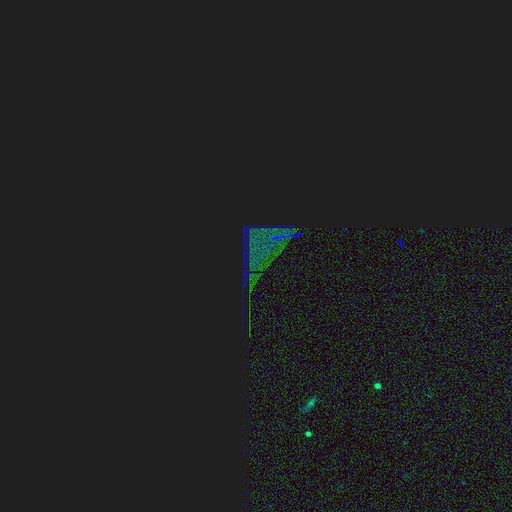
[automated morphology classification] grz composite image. It shows a star or artifact, not a galaxy (75%).